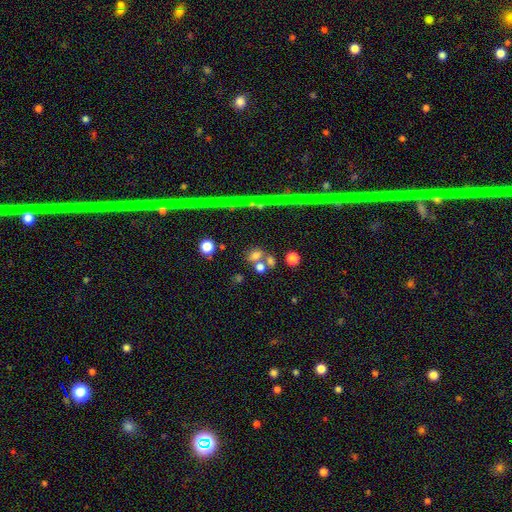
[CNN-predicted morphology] A smooth galaxy with no disk features (62%) that is round (51%).

Vote fractions:
- Smooth or featured? smooth: 62% / star or artifact: 22% / featured or disk: 17%
- How rounded? round: 51% / in between: 45% / cigar-shaped: 4%
- Merging? none: 48% / merger: 37% / minor disturbance: 10% / major disturbance: 6%